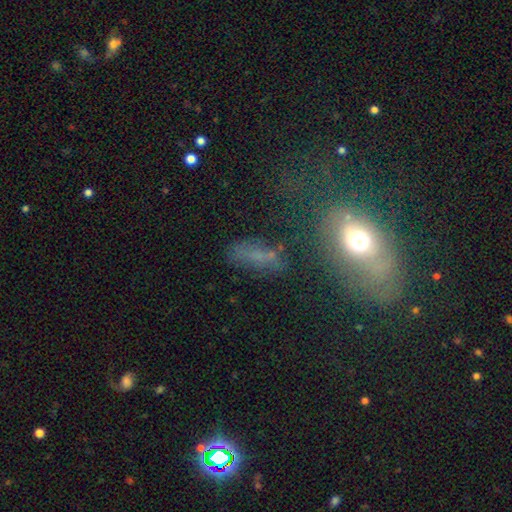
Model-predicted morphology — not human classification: A smooth galaxy with no disk features (52%) that is in between round and cigar-shaped (67%). Merging: none (55%).